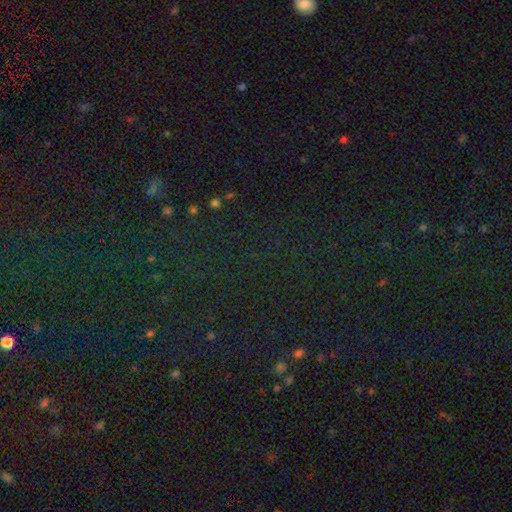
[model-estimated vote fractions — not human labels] smooth-or-featured: star or artifact: 79% | smooth: 13% | featured or disk: 8%